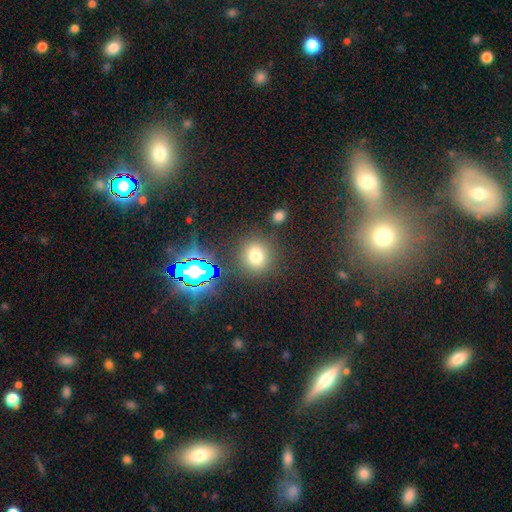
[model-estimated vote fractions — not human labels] This appears to be a smooth galaxy with no disk features (72%) that is round (85%). Merging: none (86%).